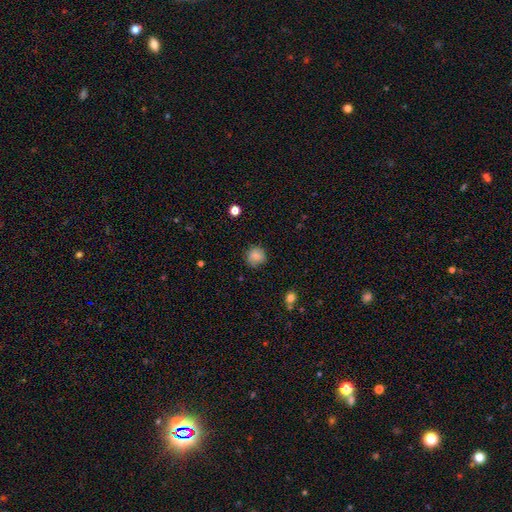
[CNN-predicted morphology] A smooth galaxy with no disk features (81%) that is round (88%).

Vote fractions:
- Smooth or featured? smooth: 81% / star or artifact: 10% / featured or disk: 10%
- How rounded? round: 88% / in between: 11% / cigar-shaped: 1%
- Merging? none: 79% / minor disturbance: 16% / major disturbance: 4% / merger: 1%